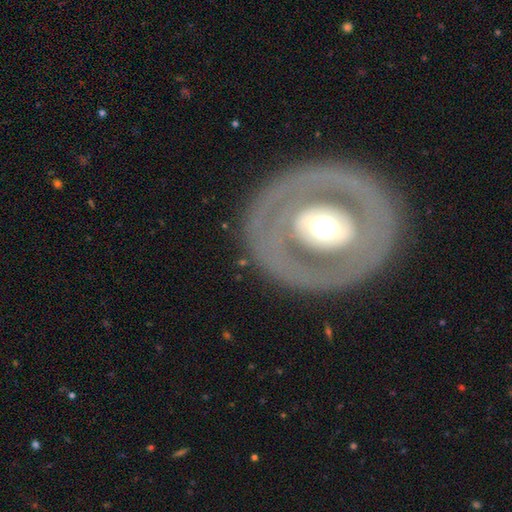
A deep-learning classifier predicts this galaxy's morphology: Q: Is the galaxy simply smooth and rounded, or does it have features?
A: featured or disk — 68%.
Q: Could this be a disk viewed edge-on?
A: no — 93%.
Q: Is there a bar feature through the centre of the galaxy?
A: no — 60%.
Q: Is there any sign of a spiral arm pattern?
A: no — 66%.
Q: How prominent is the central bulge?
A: moderate — 62%.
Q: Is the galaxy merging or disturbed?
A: none — 78%.